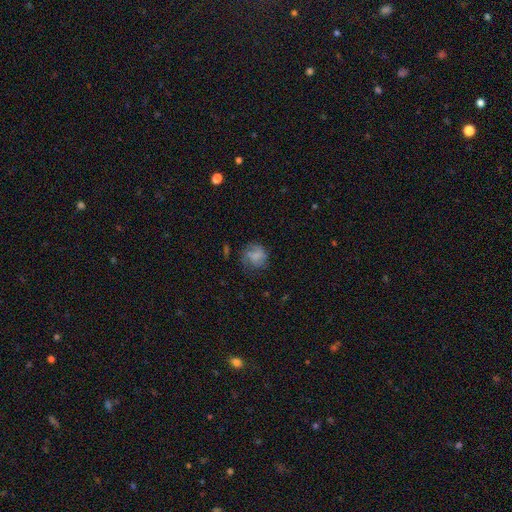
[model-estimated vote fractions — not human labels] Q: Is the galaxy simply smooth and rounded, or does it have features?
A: smooth — 64%.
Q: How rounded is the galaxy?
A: round — 78%.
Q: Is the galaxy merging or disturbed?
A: none — 57%.